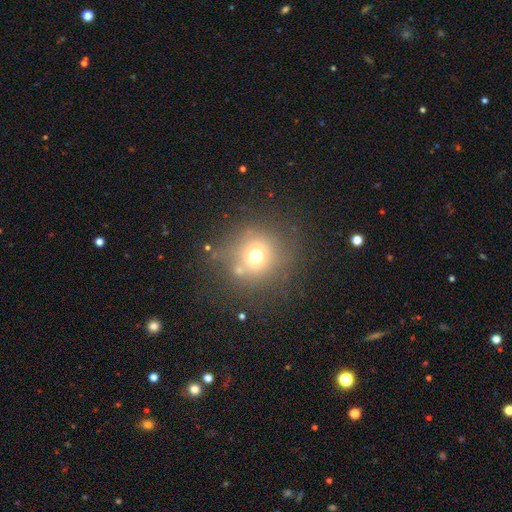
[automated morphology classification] Q: Smooth or featured?
A: smooth (65%); runner-up: star or artifact (19%)
Q: How rounded?
A: round (90%); runner-up: in between (9%)
Q: Merging?
A: none (72%); runner-up: minor disturbance (13%)